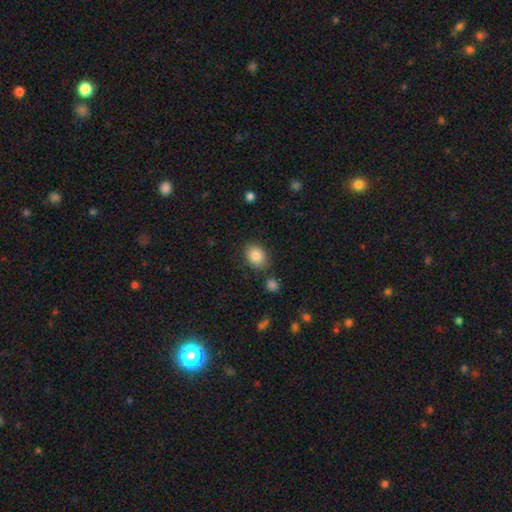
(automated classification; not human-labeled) smooth-or-featured: smooth: 85% | star or artifact: 8% | featured or disk: 6%
  how-rounded: in between: 59% | round: 40% | cigar-shaped: 1%
  merging: none: 79% | minor disturbance: 13% | merger: 5% | major disturbance: 3%